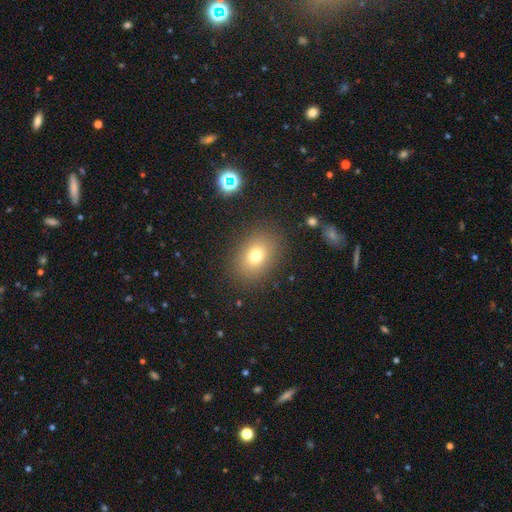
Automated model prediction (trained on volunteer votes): smooth_or_featured: smooth (p=0.75) [alt: star or artifact p=0.13]
how_rounded: in between (p=0.65) [alt: round p=0.34]
merging: none (p=0.86) [alt: minor disturbance p=0.09]